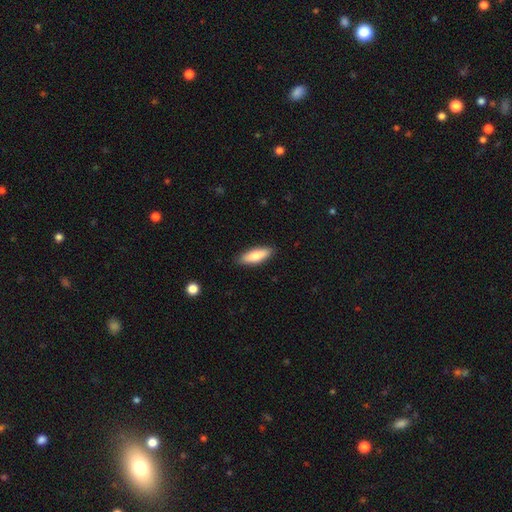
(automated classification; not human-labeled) Q: Smooth or featured?
A: smooth (78%); runner-up: featured or disk (16%)
Q: How rounded?
A: in between (55%); runner-up: cigar-shaped (43%)
Q: Merging?
A: none (88%); runner-up: minor disturbance (10%)